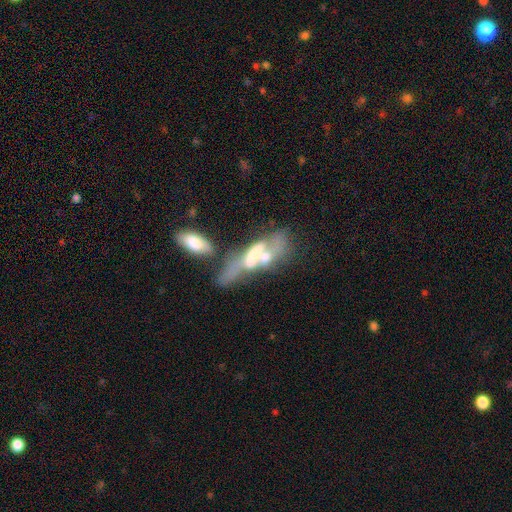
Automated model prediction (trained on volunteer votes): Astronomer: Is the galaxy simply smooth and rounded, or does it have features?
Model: featured or disk — 57% (runner-up: smooth, 33%).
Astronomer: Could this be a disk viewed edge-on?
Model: no — 73%.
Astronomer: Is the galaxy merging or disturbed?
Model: merger — 49%.